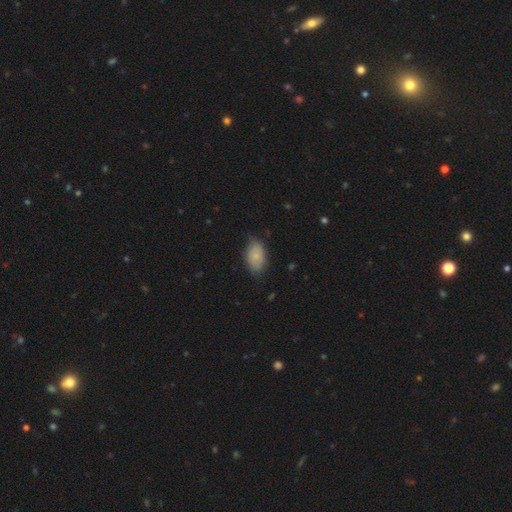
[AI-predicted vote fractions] The model was most divided on "merging": none: 68%, minor disturbance: 26%, major disturbance: 5%, merger: 1%. More confident: how rounded — in between (91%); smooth or featured — smooth (82%).